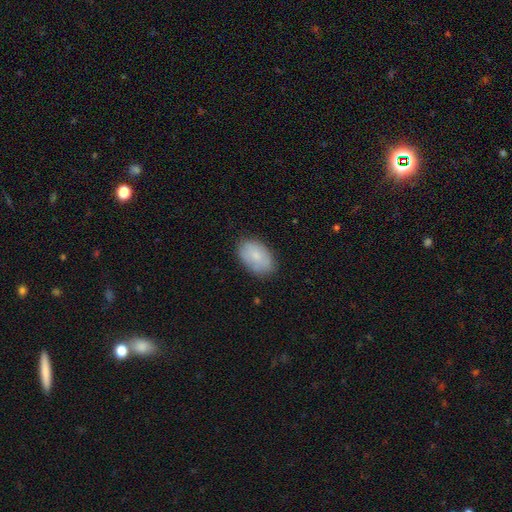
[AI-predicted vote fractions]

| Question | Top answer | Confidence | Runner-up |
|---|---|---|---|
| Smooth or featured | smooth | 77% | featured or disk (16%) |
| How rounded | in between | 90% | round (8%) |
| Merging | none | 79% | minor disturbance (17%) |